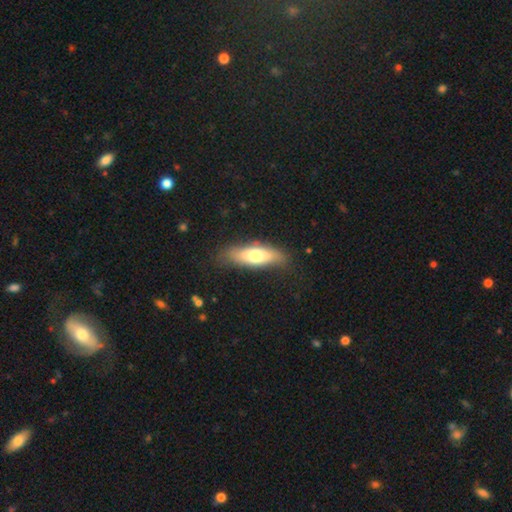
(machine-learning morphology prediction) type=smooth (65%); roundness=in between (54%); merging=none (78%).